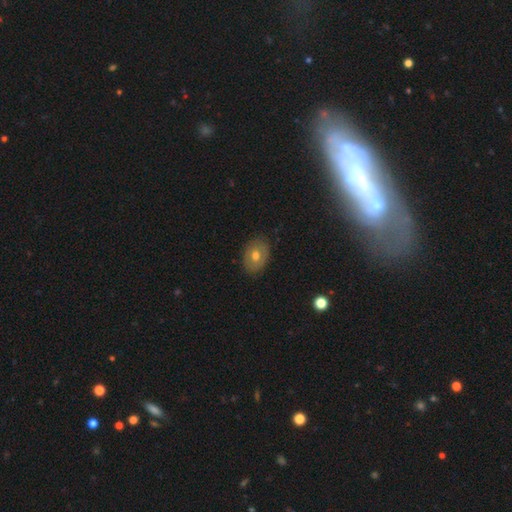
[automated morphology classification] Smooth or featured? Predicted: smooth (p=0.53). How rounded? Predicted: in between (p=0.71). Merging? Predicted: none (p=0.85).